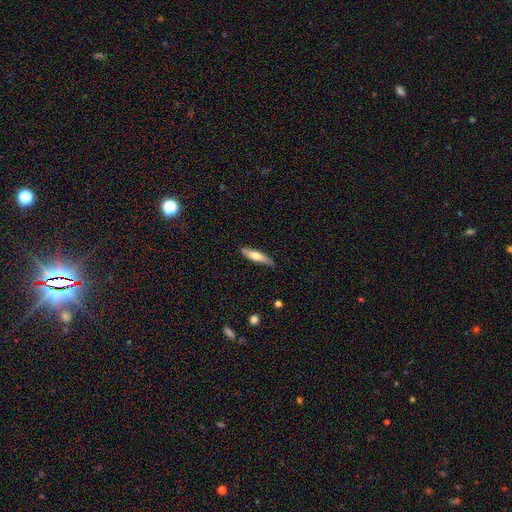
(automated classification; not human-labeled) smooth_or_featured: smooth (p=0.62) [alt: featured or disk p=0.32]
how_rounded: cigar-shaped (p=0.76) [alt: in between p=0.22]
merging: none (p=0.80) [alt: minor disturbance p=0.16]